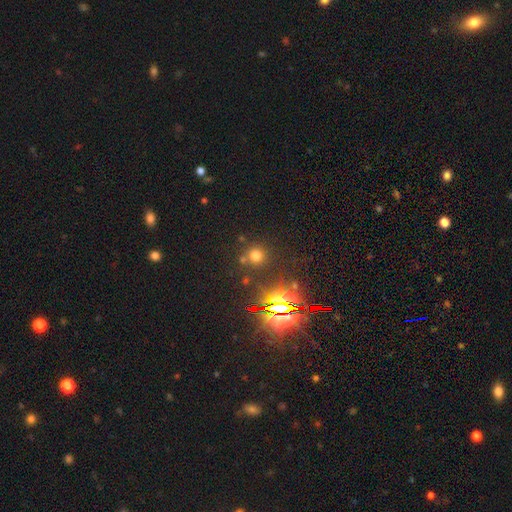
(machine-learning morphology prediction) This appears to be a smooth galaxy with no disk features (61%) that is round (92%). Merging: none (76%).